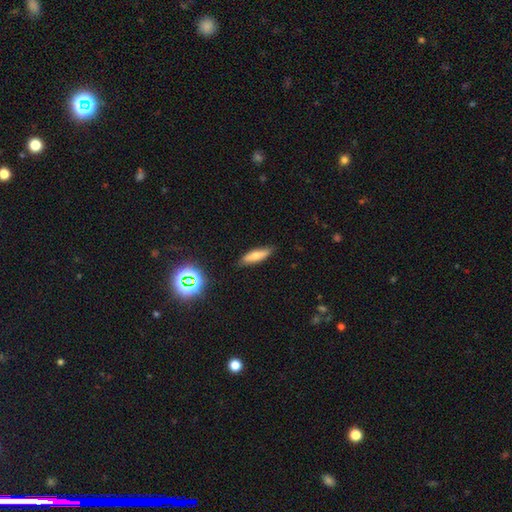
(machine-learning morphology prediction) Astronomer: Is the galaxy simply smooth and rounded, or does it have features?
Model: smooth — 63%.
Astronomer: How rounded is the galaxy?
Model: cigar-shaped — 61% (runner-up: in between, 36%).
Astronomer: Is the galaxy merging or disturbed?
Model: none — 84%.